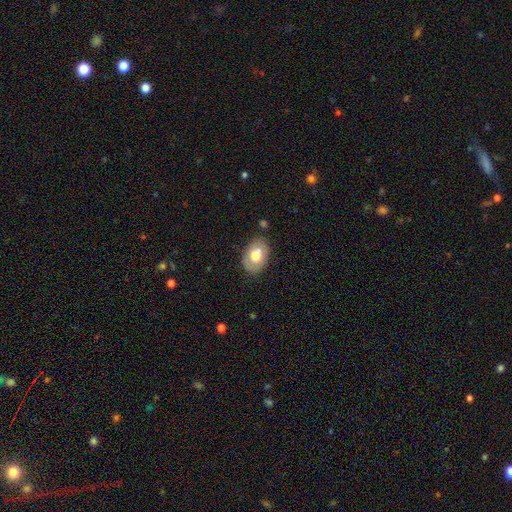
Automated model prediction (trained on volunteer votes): Smooth or featured? smooth (66%)
How rounded? in between (84%)
Merging? none (79%)